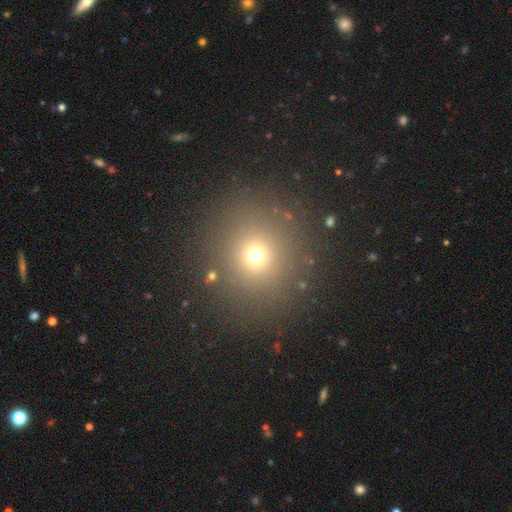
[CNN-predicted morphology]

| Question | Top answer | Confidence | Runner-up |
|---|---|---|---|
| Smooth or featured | smooth | 67% | star or artifact (24%) |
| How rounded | round | 90% | in between (9%) |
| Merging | none | 86% | minor disturbance (7%) |